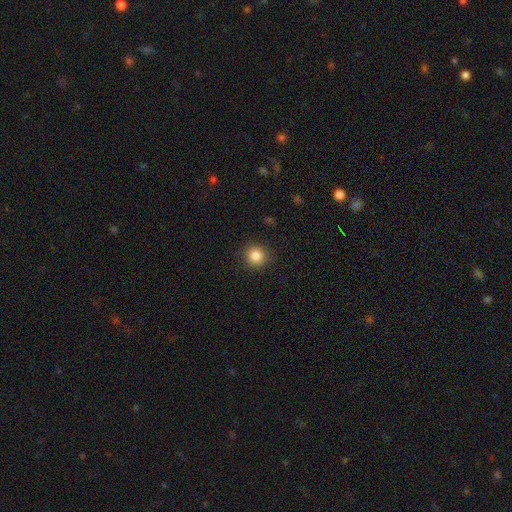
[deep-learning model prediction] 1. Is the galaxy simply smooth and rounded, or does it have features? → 85% smooth, 11% star or artifact, 4% featured or disk.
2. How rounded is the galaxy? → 92% round, 7% in between, 1% cigar-shaped.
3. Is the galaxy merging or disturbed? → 90% none, 7% minor disturbance, 2% major disturbance, 1% merger.